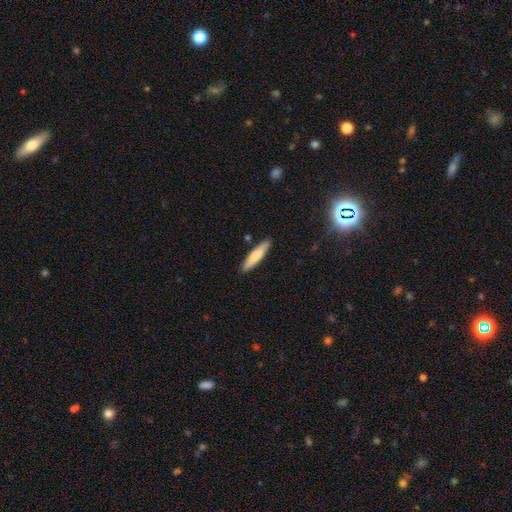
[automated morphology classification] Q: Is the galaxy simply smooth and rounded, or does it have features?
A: smooth — 74%.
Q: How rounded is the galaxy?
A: cigar-shaped — 80%.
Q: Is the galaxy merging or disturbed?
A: none — 87%.